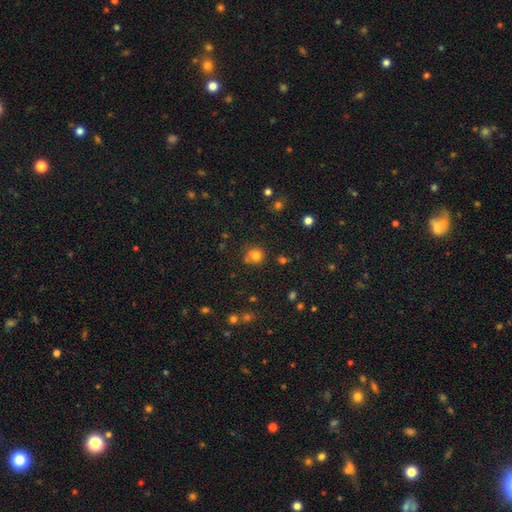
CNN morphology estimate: The model was most divided on "merging": none: 62%, minor disturbance: 17%, merger: 15%, major disturbance: 6%. More confident: how rounded — round (85%); smooth or featured — smooth (76%).